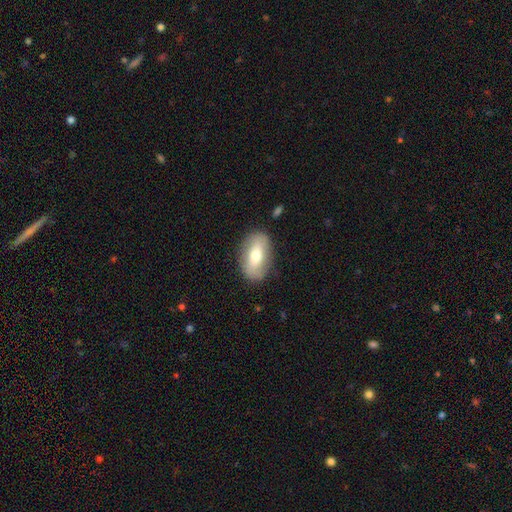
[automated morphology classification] The model was most divided on "smooth or featured": smooth: 61%, featured or disk: 33%, star or artifact: 7%. More confident: how rounded — in between (89%); merging — none (81%).